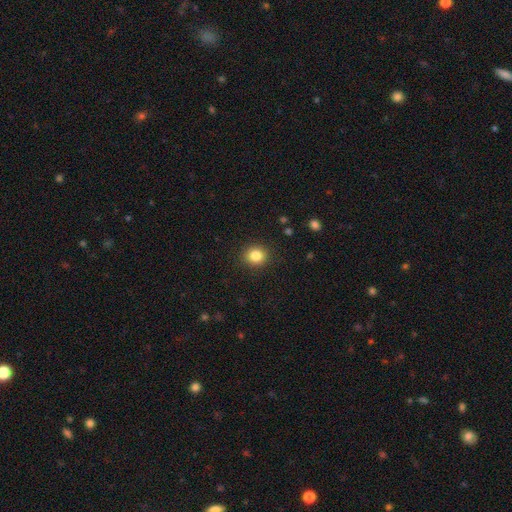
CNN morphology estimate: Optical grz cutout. It shows a smooth galaxy with no disk features (84%) that is round (80%). Merging: none (90%).